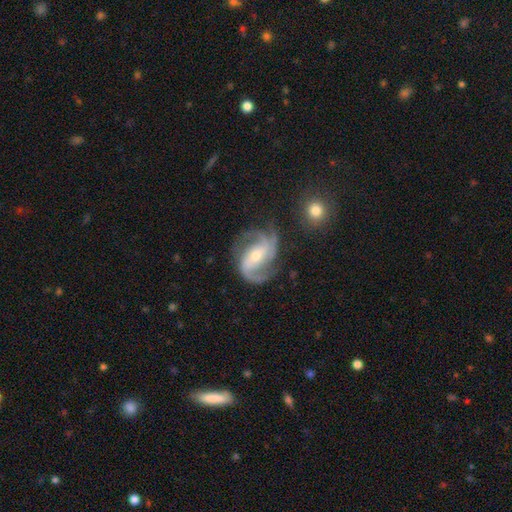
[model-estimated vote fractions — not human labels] Smooth or featured? featured or disk (90%)
Edge-on disk? no (98%)
Bar? weak (40%)
Spiral arms? yes (98%)
Spiral winding? medium (52%)
Spiral arm count? 3 (39%)
Bulge size? small (51%)
Merging? none (67%)